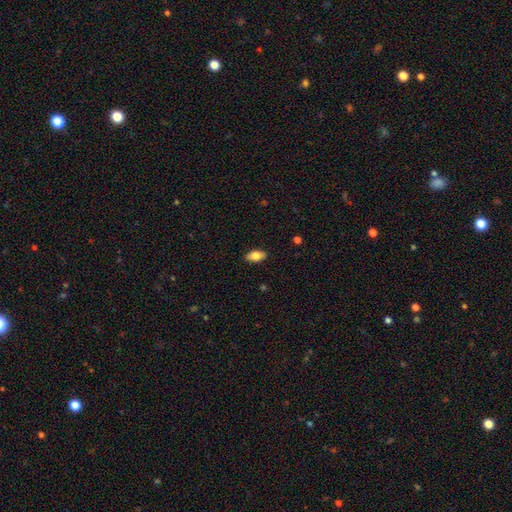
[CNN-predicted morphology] smooth 80%, featured or disk 13%, star or artifact 7%. Down the decision tree: how rounded — in between (91%); merging — none (89%).